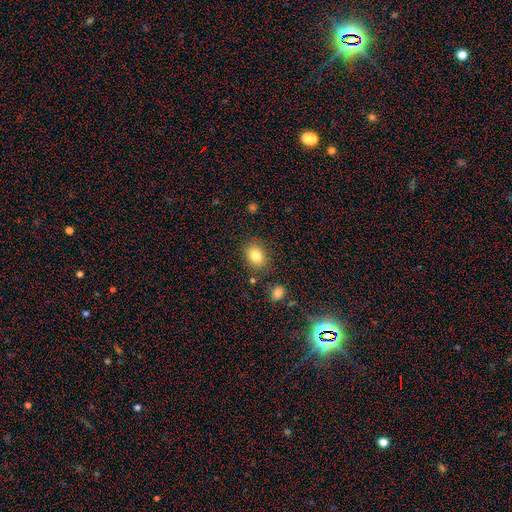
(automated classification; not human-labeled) Q: Smooth or featured?
A: smooth (82%); runner-up: star or artifact (10%)
Q: How rounded?
A: in between (52%); runner-up: round (47%)
Q: Merging?
A: none (83%); runner-up: minor disturbance (11%)